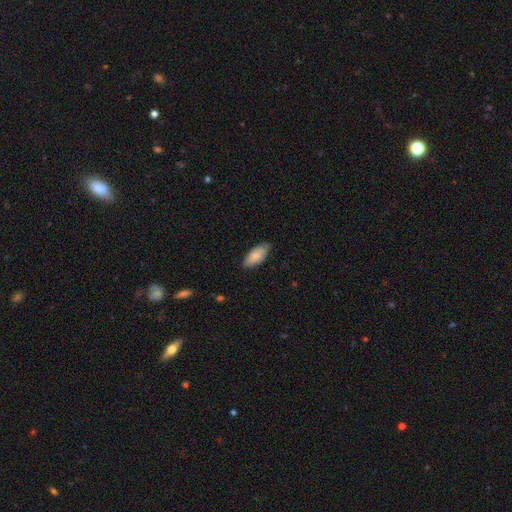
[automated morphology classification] type=smooth (79%); roundness=in between (87%); merging=none (76%).